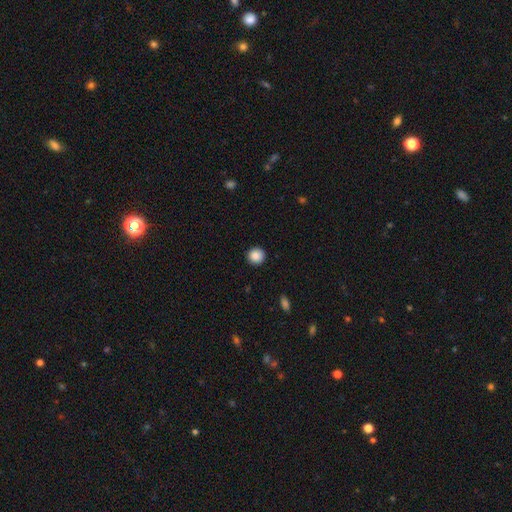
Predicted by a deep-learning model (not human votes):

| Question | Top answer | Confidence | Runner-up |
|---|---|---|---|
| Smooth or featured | smooth | 88% | star or artifact (9%) |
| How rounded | round | 93% | in between (6%) |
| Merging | none | 92% | minor disturbance (5%) |